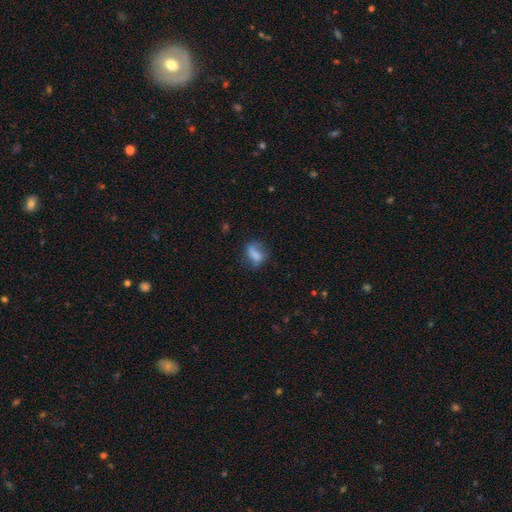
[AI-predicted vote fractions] A smooth galaxy with no disk features (71%) that is in between round and cigar-shaped (74%).

Vote fractions:
- Smooth or featured? smooth: 71% / featured or disk: 18% / star or artifact: 10%
- How rounded? in between: 74% / round: 15% / cigar-shaped: 11%
- Merging? none: 47% / minor disturbance: 28% / major disturbance: 18% / merger: 6%